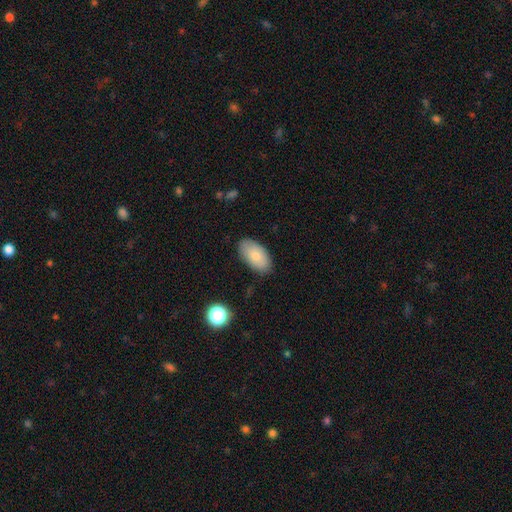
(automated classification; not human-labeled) Smooth or featured? smooth (79%)
How rounded? in between (95%)
Merging? none (84%)